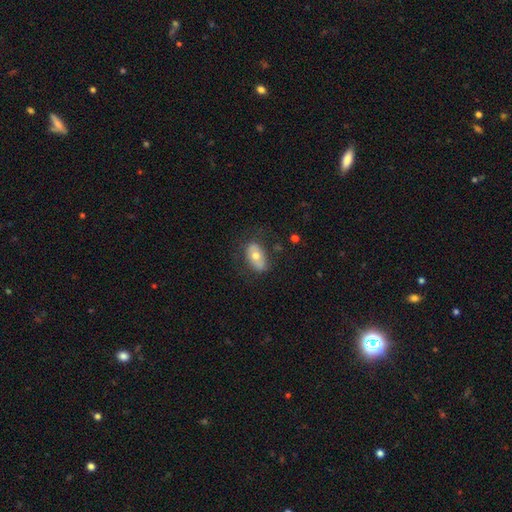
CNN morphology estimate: A smooth galaxy with no disk features (61%) that is in between round and cigar-shaped (90%). Merging: none (71%).